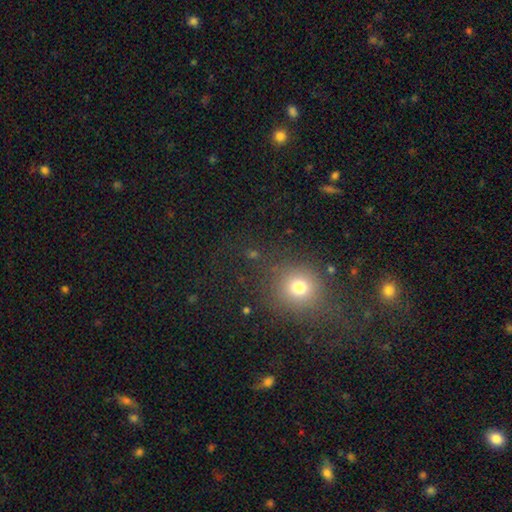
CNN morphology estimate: This is likely a smooth galaxy (61%). How rounded: clearly round (82%). Merging: likely none (78%).